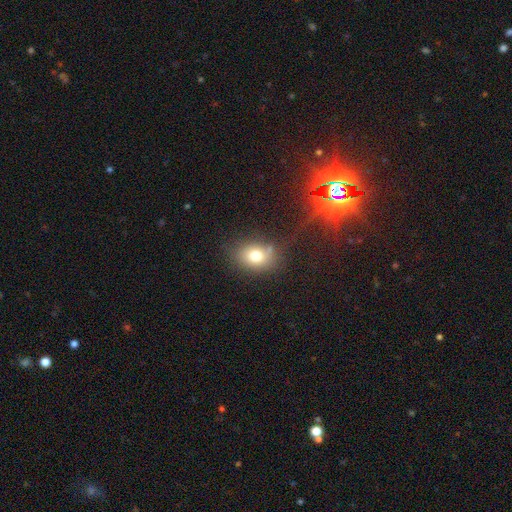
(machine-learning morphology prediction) Q: Smooth or featured?
A: smooth (75%); runner-up: featured or disk (13%)
Q: How rounded?
A: in between (61%); runner-up: round (38%)
Q: Merging?
A: none (65%); runner-up: minor disturbance (20%)